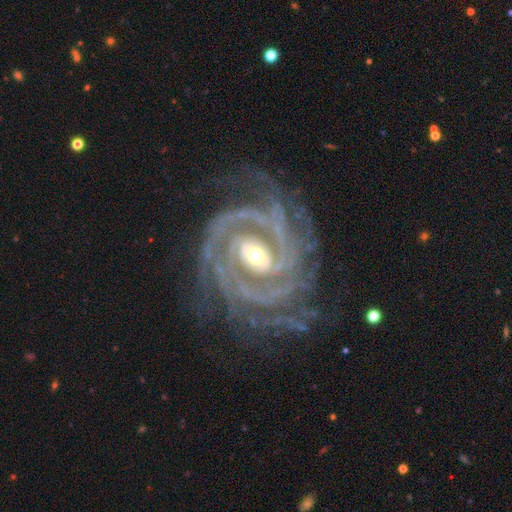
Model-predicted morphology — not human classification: This appears to be a featured or disk galaxy (93%) with no bar (53%), 2 (24%) tight (74%) spiral arms (98%) and a moderate central bulge (62%). Merging: none (73%).